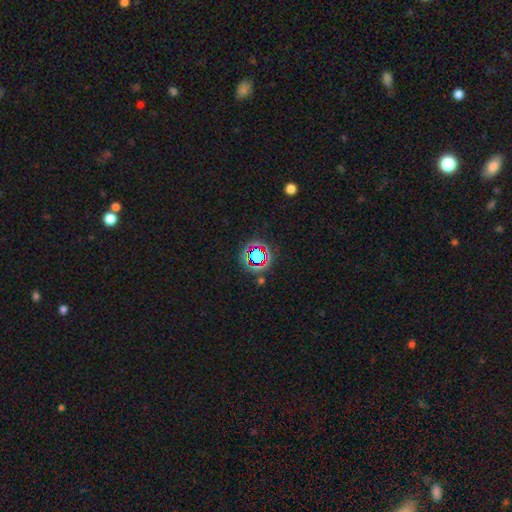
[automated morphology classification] The model was most divided on "smooth or featured": star or artifact: 64%, smooth: 23%, featured or disk: 13%.